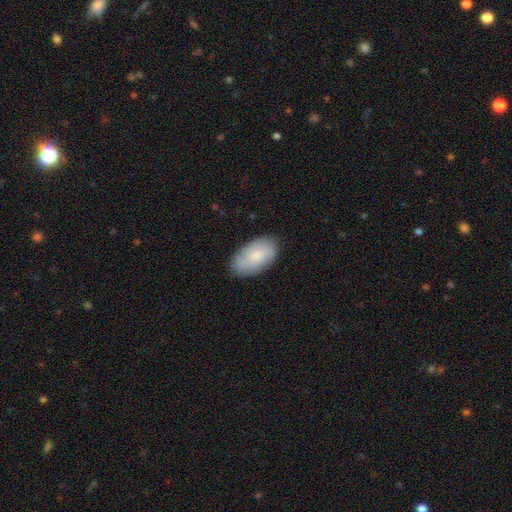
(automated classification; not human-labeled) smooth-or-featured: smooth: 63% | featured or disk: 30% | star or artifact: 6%
  how-rounded: in between: 94% | round: 4% | cigar-shaped: 2%
  merging: none: 80% | minor disturbance: 16% | major disturbance: 3% | merger: 1%